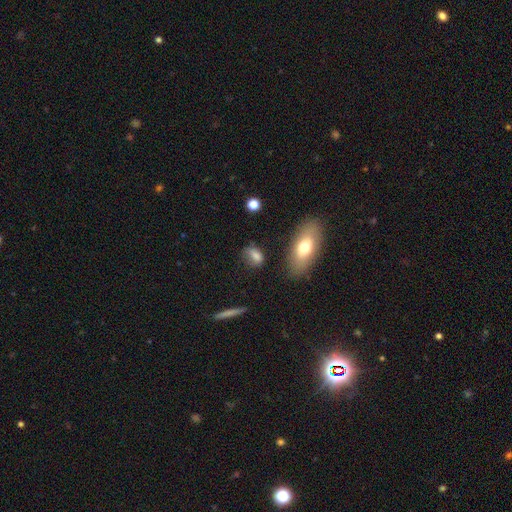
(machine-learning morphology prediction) smooth_or_featured: smooth (p=0.75) [alt: featured or disk p=0.13]
how_rounded: in between (p=0.77) [alt: round p=0.17]
merging: none (p=0.60) [alt: minor disturbance p=0.25]